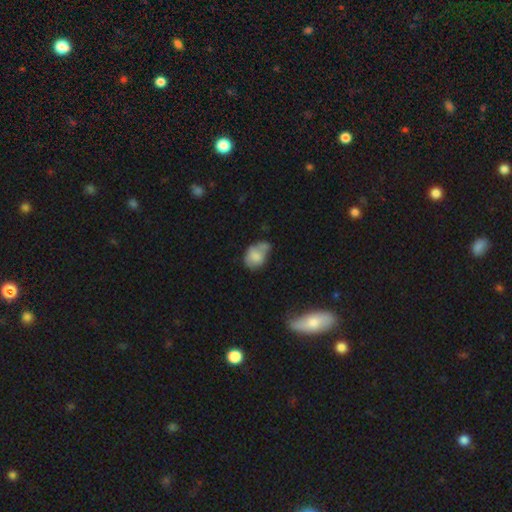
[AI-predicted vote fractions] Smooth or featured: smooth — 68% (featured or disk — 22%)
How rounded: in between — 73% (round — 26%)
Merging: minor disturbance — 36% (none — 28%)